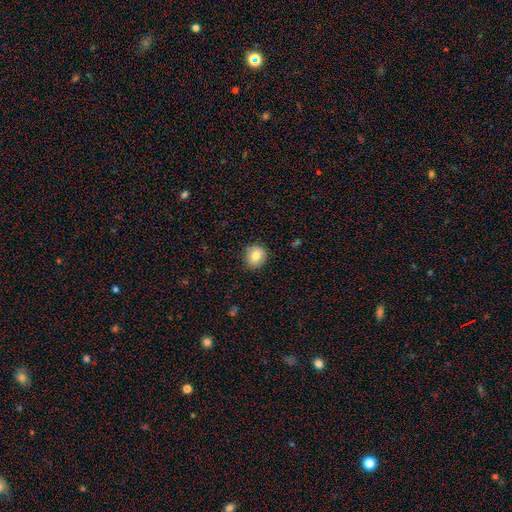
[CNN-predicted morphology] This is likely a smooth galaxy (79%). How rounded: clearly round (84%). Merging: clearly none (85%).